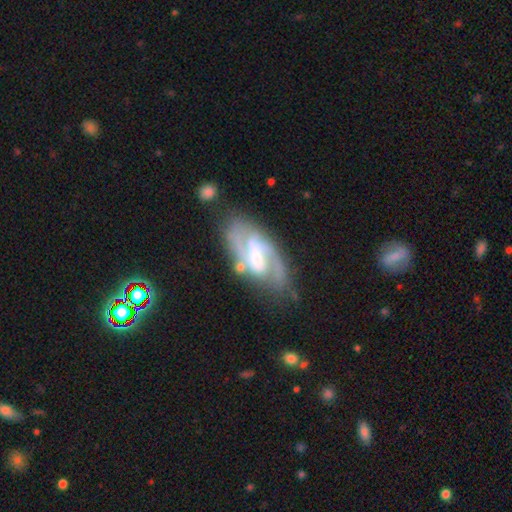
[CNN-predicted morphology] featured or disk 87%, smooth 8%, star or artifact 5%. Down the decision tree: edge-on disk — no (96%); bar — weak (45%); spiral arms — yes (96%); spiral arm count — 2 (82%); spiral winding — medium (53%); bulge size — small (36%, tied with moderate); merging — none (69%).